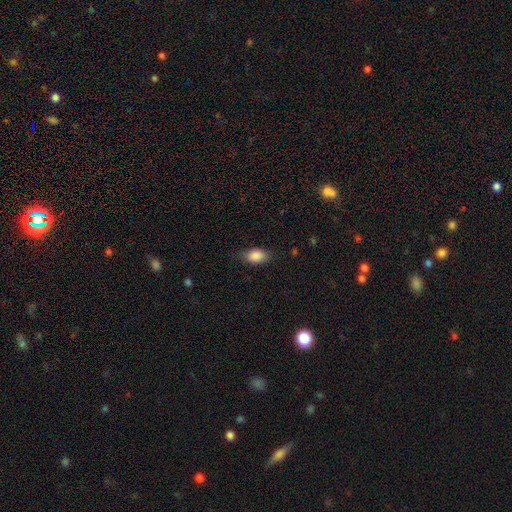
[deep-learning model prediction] Morphology: type=smooth (86%); roundness=in between (87%); merging=none (74%).